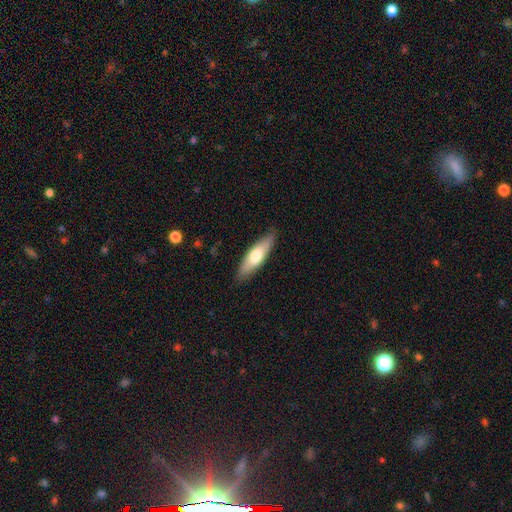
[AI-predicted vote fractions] Smooth or featured?
  - smooth: 62% *
  - featured or disk: 33%
  - star or artifact: 5%
How rounded?
  - cigar-shaped: 58% *
  - in between: 41%
  - round: 2%
Merging?
  - none: 86% *
  - minor disturbance: 11%
  - major disturbance: 2%
  - merger: 1%